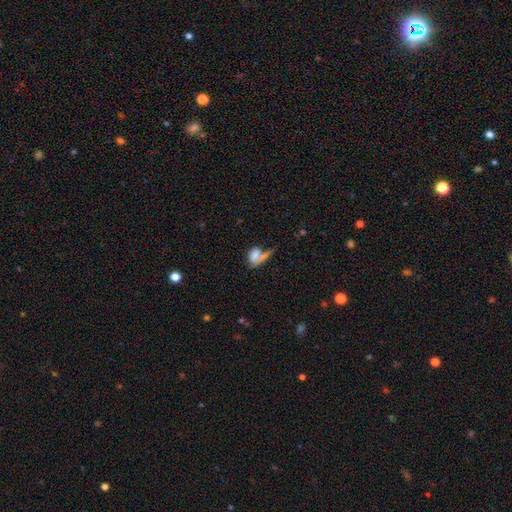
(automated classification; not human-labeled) smooth 69%, featured or disk 20%, star or artifact 10%. Down the decision tree: how rounded — in between (76%); merging — merger (42%).